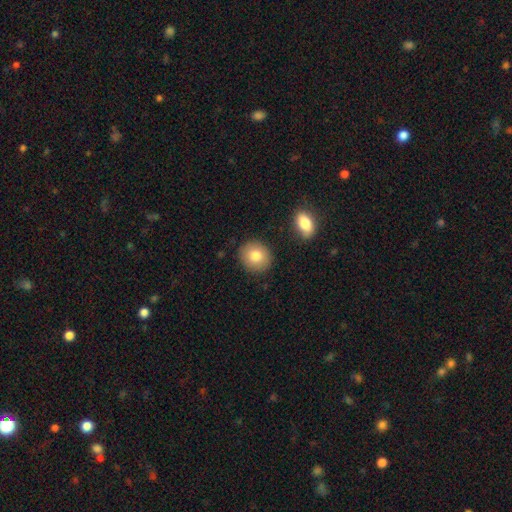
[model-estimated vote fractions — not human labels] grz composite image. It shows a smooth galaxy with no disk features (80%) that is round (81%). Merging: none (88%).